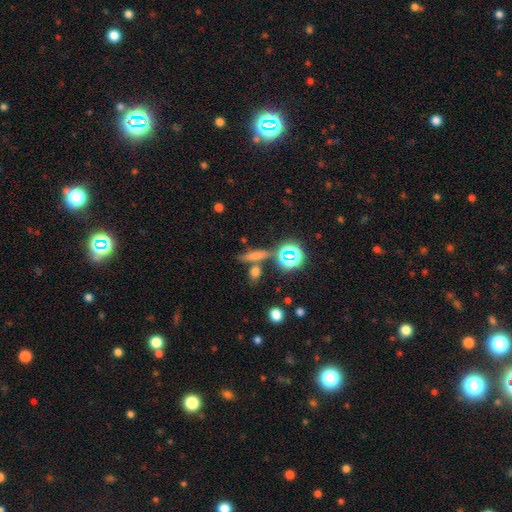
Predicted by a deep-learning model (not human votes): A smooth galaxy with no disk features (62%) that is cigar-shaped (69%).

Vote fractions:
- Smooth or featured? smooth: 62% / star or artifact: 20% / featured or disk: 19%
- How rounded? cigar-shaped: 69% / in between: 19% / round: 12%
- Merging? none: 68% / merger: 17% / minor disturbance: 10% / major disturbance: 5%